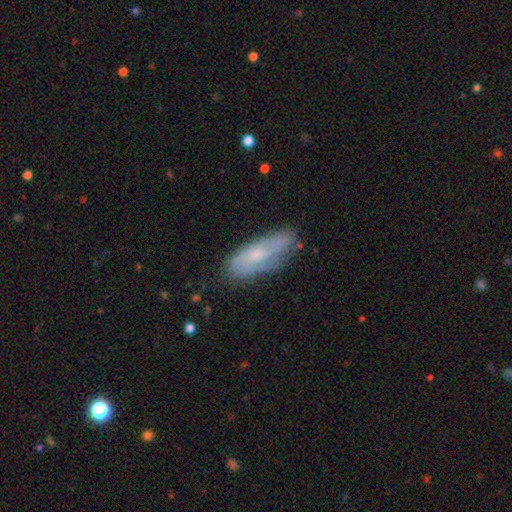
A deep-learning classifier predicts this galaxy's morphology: Smooth or featured?
  - smooth: 49% *
  - featured or disk: 44%
  - star or artifact: 7%
Merging?
  - none: 64% *
  - minor disturbance: 26%
  - major disturbance: 8%
  - merger: 3%